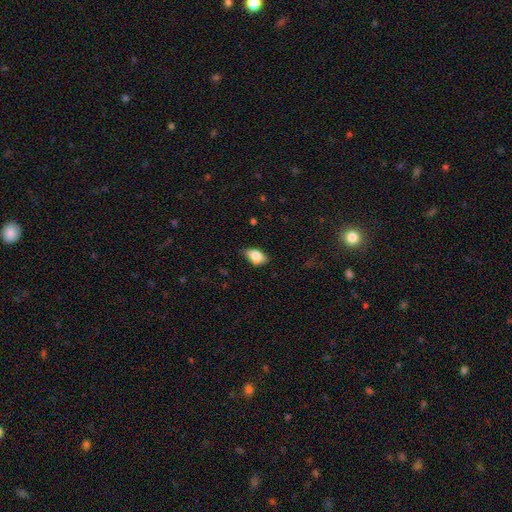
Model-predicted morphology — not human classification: Smooth or featured?
  - smooth: 82% *
  - featured or disk: 10%
  - star or artifact: 8%
How rounded?
  - in between: 88% *
  - round: 9%
  - cigar-shaped: 3%
Merging?
  - none: 70% *
  - minor disturbance: 25%
  - major disturbance: 4%
  - merger: 1%